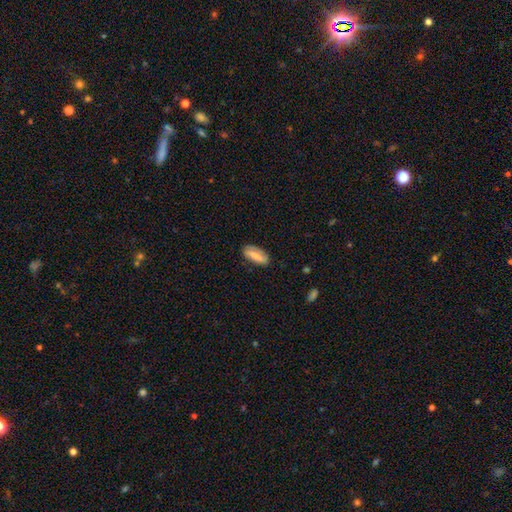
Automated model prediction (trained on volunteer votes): The model was most divided on "smooth or featured": smooth: 70%, featured or disk: 24%, star or artifact: 7%. More confident: merging — none (79%); how rounded — in between (75%).